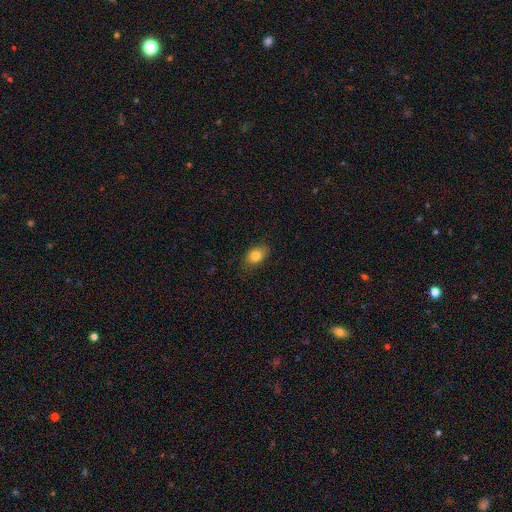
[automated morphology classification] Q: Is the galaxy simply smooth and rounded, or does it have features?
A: smooth — 82%.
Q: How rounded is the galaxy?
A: in between — 78%.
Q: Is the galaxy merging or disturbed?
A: none — 82%.